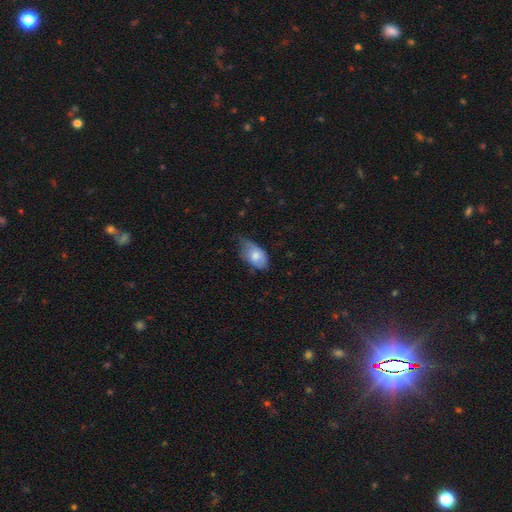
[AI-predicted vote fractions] Overall: smooth (73%). How rounded: in between (90%). Merging: minor disturbance (48%; none 31%).